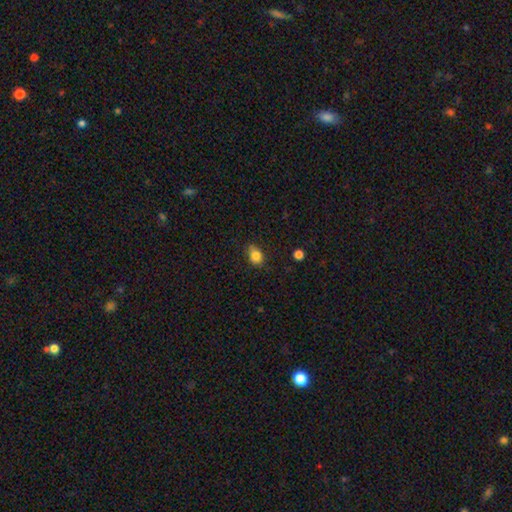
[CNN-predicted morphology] Smooth or featured?
  - smooth: 85% *
  - star or artifact: 10%
  - featured or disk: 6%
How rounded?
  - in between: 72% *
  - round: 27%
  - cigar-shaped: 1%
Merging?
  - none: 77% *
  - minor disturbance: 18%
  - major disturbance: 3%
  - merger: 1%